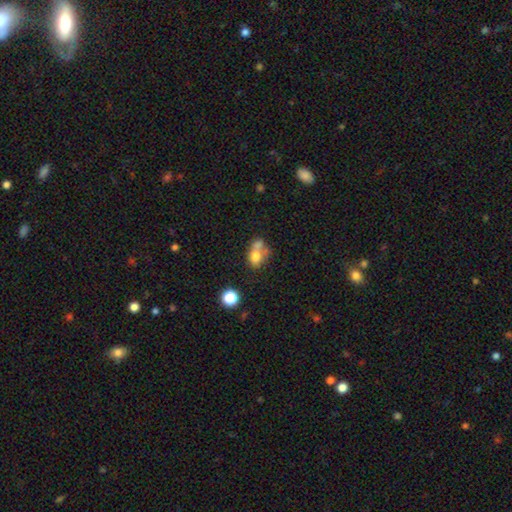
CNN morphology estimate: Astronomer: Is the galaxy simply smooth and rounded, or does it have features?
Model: smooth — 69%.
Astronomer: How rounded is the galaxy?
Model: in between — 63%.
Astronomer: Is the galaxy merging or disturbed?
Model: merger — 56%.